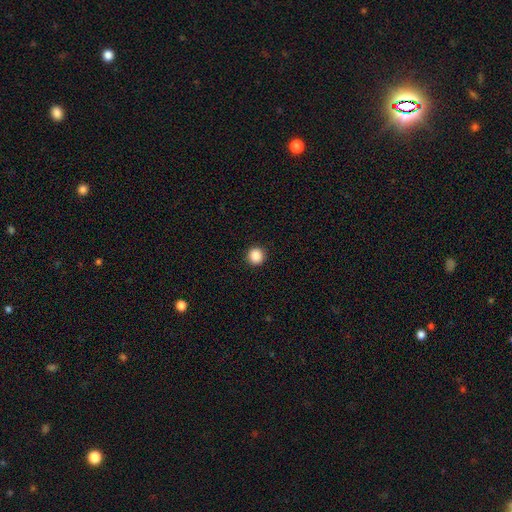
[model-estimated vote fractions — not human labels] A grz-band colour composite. It shows a smooth galaxy with no disk features (88%) that is round (94%). Merging: none (93%).